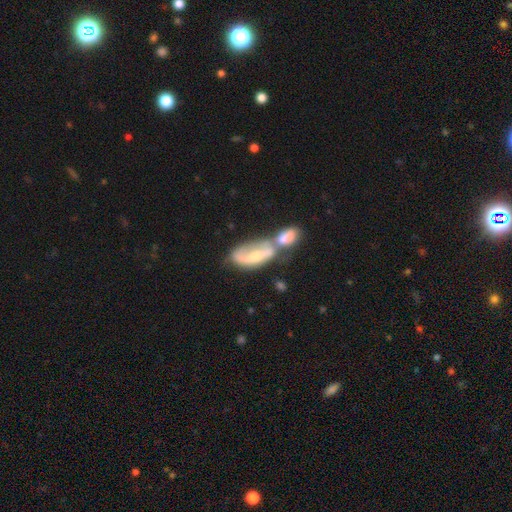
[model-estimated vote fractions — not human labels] featured or disk 61%, smooth 32%, star or artifact 7%. Down the decision tree: edge-on disk — no (90%); bar — no (37%); spiral arms — yes (66%); bulge size — moderate (53%); merging — merger (69%).